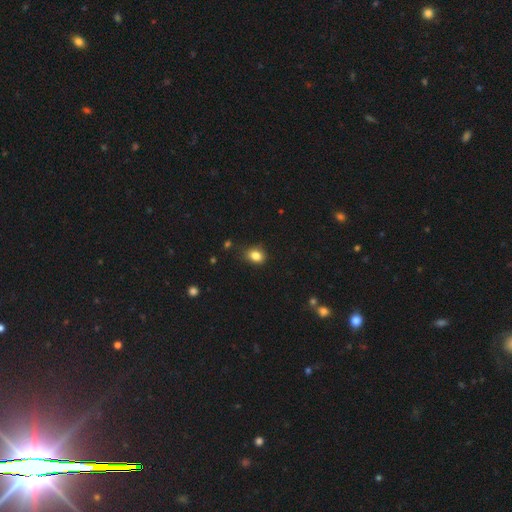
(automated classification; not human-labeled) smooth-or-featured: smooth: 84% | star or artifact: 10% | featured or disk: 5%
  how-rounded: in between: 58% | round: 41% | cigar-shaped: 1%
  merging: none: 79% | minor disturbance: 16% | major disturbance: 3% | merger: 2%